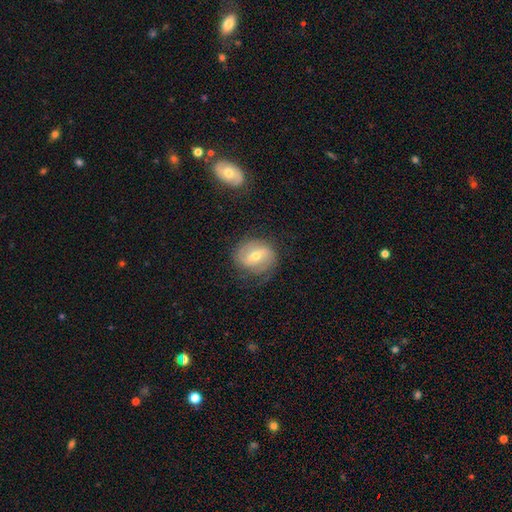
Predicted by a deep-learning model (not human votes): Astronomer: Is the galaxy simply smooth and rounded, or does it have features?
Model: featured or disk — 67%.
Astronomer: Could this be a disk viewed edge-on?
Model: no — 96%.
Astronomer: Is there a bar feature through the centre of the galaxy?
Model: weak — 48% (runner-up: strong, 28%).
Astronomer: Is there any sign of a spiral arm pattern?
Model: yes — 84%.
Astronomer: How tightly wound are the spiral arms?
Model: tight — 44% (runner-up: medium, 37%).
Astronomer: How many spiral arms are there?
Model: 2 — 63%.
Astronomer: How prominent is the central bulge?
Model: moderate — 64%.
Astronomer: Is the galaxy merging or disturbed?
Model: none — 68%.